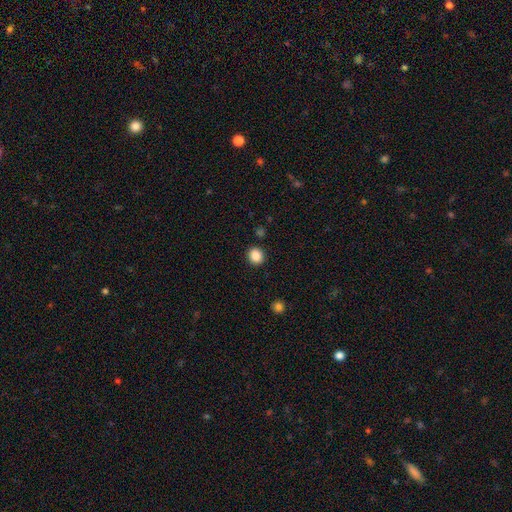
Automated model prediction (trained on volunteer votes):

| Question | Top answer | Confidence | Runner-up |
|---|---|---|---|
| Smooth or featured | smooth | 87% | star or artifact (10%) |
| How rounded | round | 81% | in between (18%) |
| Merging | none | 90% | minor disturbance (6%) |